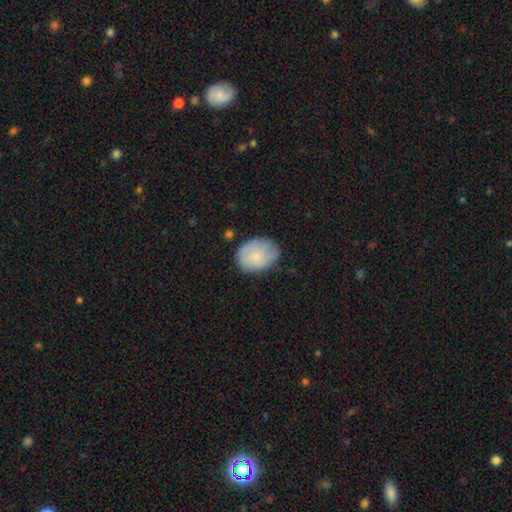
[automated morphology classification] smooth 71%, featured or disk 22%, star or artifact 7%. Down the decision tree: how rounded — in between (60%); merging — none (71%).